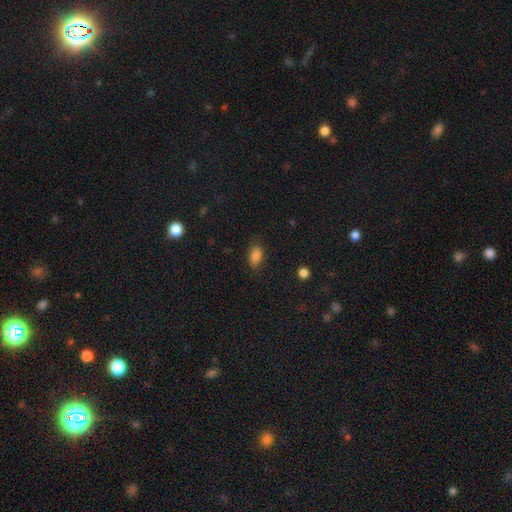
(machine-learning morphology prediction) type=smooth (86%); roundness=in between (90%); merging=none (84%).